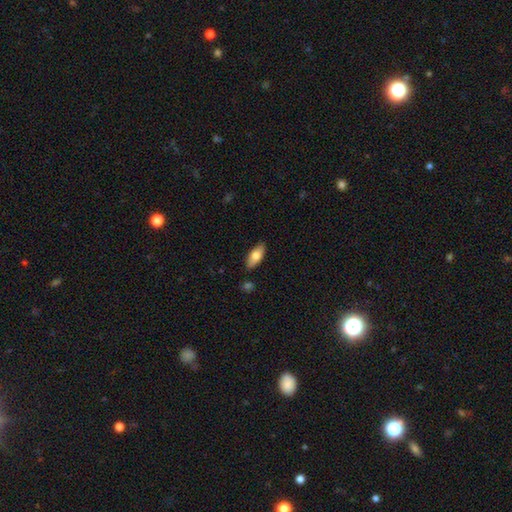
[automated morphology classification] smooth 74%, featured or disk 20%, star or artifact 6%. Down the decision tree: how rounded — in between (81%); merging — none (85%).